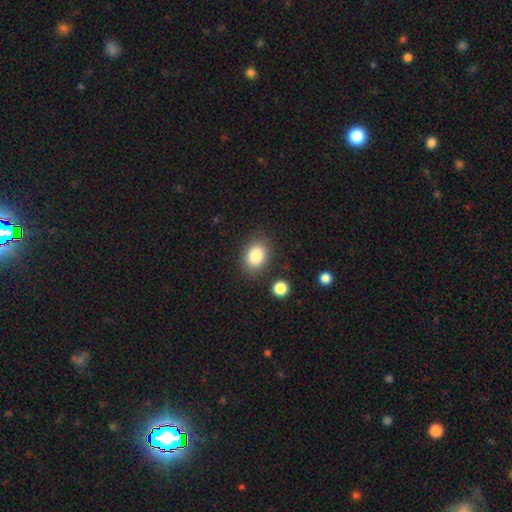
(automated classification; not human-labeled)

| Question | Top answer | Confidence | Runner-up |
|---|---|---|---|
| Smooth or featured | smooth | 85% | star or artifact (9%) |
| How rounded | in between | 62% | round (37%) |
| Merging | none | 83% | minor disturbance (10%) |